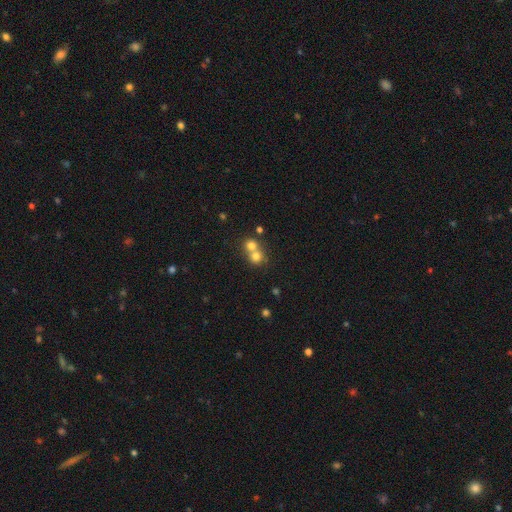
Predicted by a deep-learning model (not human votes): Smooth or featured? smooth (74%)
How rounded? round (85%)
Merging? merger (59%)